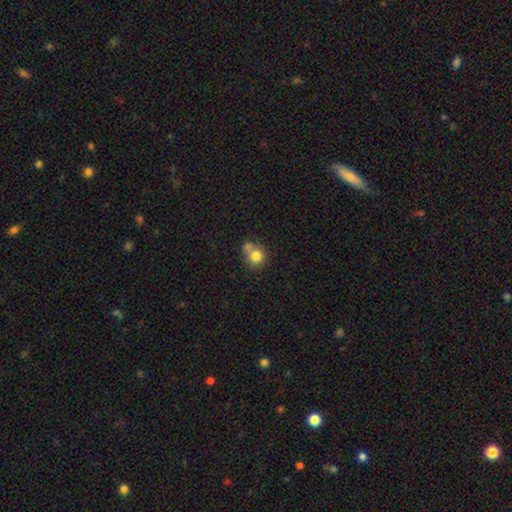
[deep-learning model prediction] Morphology: type=smooth (80%); roundness=round (85%); merging=none (45%).